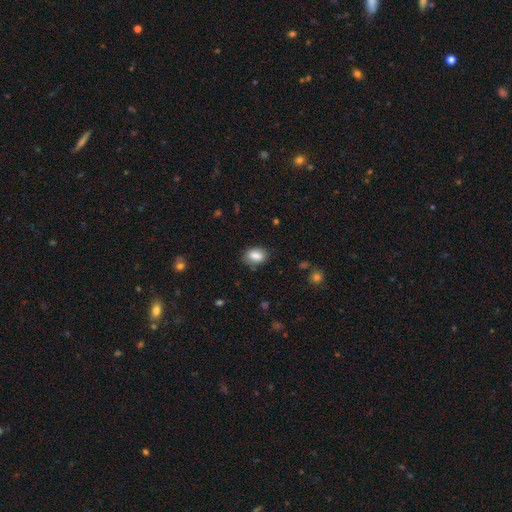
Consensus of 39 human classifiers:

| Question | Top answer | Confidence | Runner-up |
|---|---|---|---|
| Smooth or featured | smooth | 90% | star or artifact (8%) |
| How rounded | in between | 83% | round (11%) |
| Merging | none | 81% | minor disturbance (11%) |